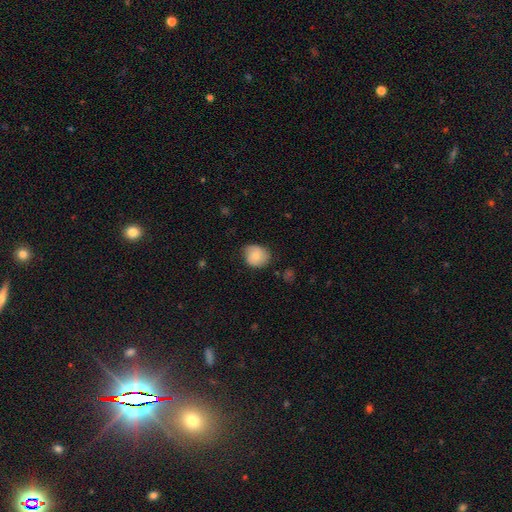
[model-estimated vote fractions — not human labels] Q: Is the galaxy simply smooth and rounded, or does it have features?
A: smooth — 76%.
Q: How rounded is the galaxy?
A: round — 74%.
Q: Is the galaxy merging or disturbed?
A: none — 71%.